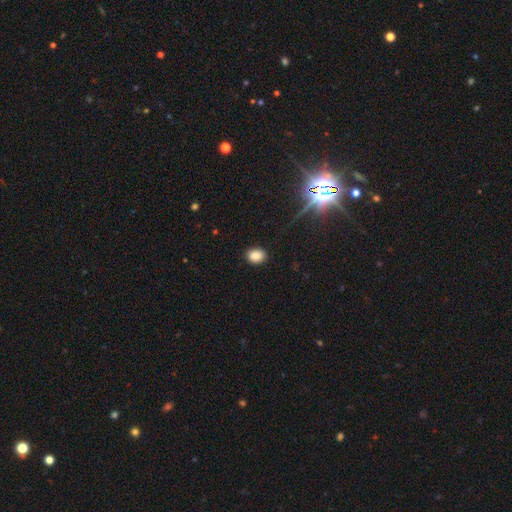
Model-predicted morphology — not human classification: Smooth or featured?
  - smooth: 85% *
  - star or artifact: 11%
  - featured or disk: 4%
How rounded?
  - in between: 64% *
  - round: 35%
  - cigar-shaped: 1%
Merging?
  - none: 89% *
  - minor disturbance: 8%
  - major disturbance: 2%
  - merger: 1%